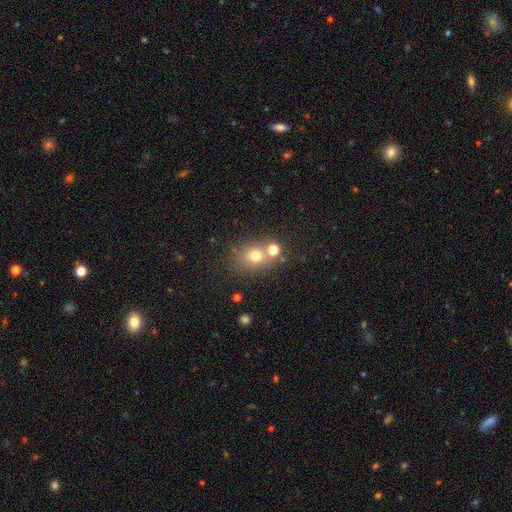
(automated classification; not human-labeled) smooth_or_featured: smooth (p=0.71) [alt: star or artifact p=0.16]
how_rounded: round (p=0.67) [alt: in between p=0.32]
merging: none (p=0.59) [alt: merger p=0.25]